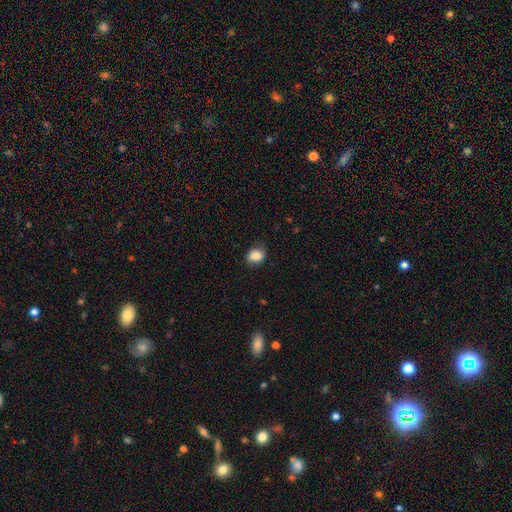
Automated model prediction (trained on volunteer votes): Smooth or featured? Predicted: smooth (p=0.86). How rounded? Predicted: in between (p=0.54). Merging? Predicted: none (p=0.77).